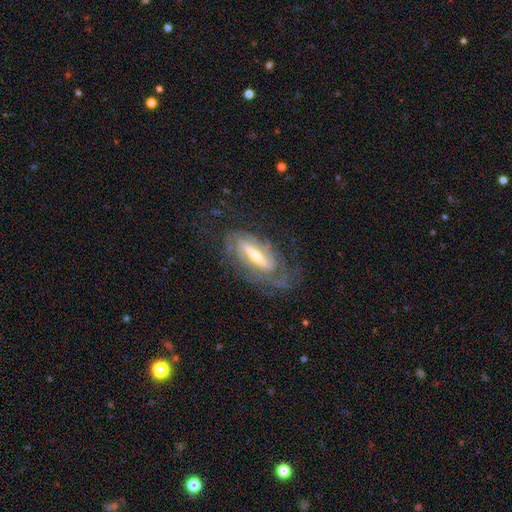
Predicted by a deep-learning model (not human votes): Smooth or featured? featured or disk (82%)
Edge-on disk? no (83%)
Bar? strong (54%)
Spiral arms? yes (89%)
Spiral winding? tight (46%)
Spiral arm count? 2 (57%)
Bulge size? moderate (48%)
Merging? none (65%)